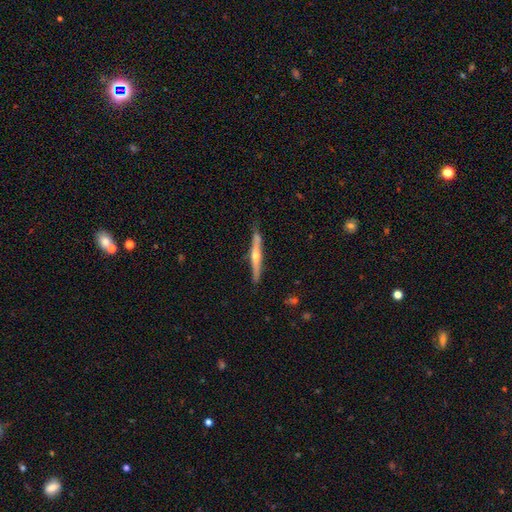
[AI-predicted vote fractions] Morphology: type=featured or disk (71%); edge-on=yes (97%); edge-on bulge=rounded (89%); merging=none (84%).